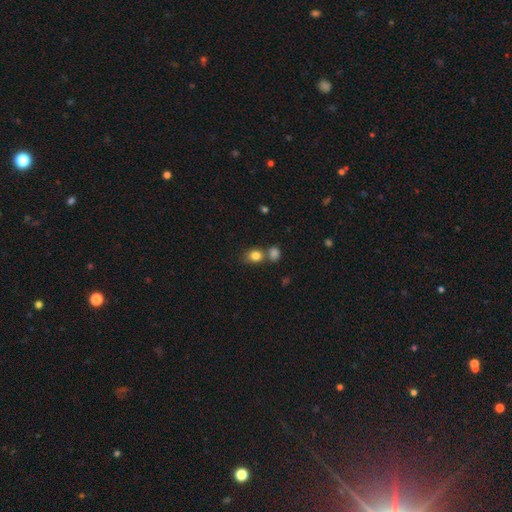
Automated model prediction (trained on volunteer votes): This is clearly a smooth galaxy (82%). How rounded: possibly round (55%). Merging: possibly none (54%).